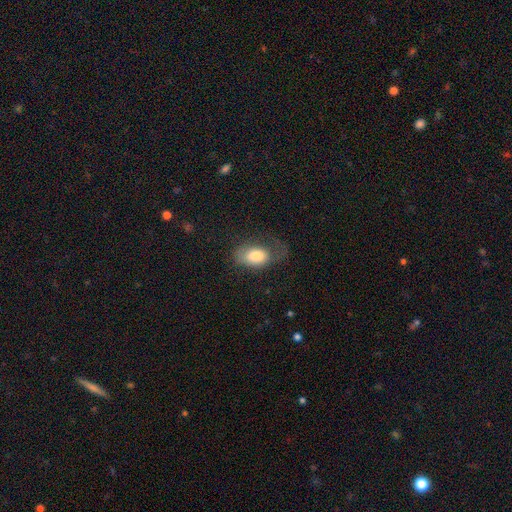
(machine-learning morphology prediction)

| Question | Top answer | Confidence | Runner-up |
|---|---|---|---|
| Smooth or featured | smooth | 75% | featured or disk (18%) |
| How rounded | in between | 89% | round (10%) |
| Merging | none | 37% | major disturbance (34%) |